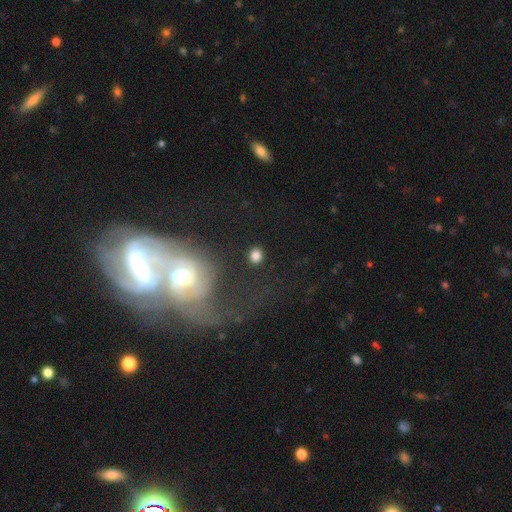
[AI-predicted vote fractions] smooth 83%, star or artifact 12%, featured or disk 5%. Down the decision tree: how rounded — round (77%); merging — none (89%).